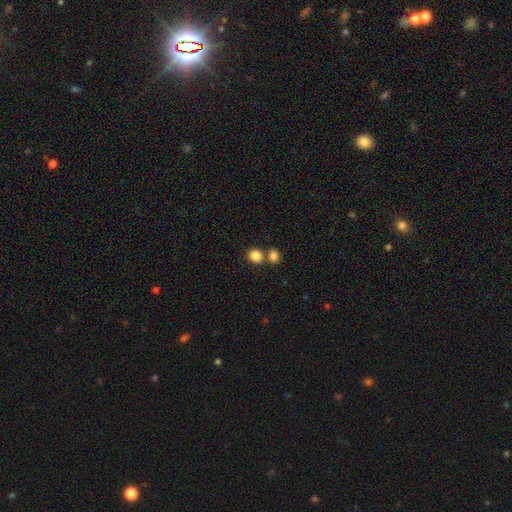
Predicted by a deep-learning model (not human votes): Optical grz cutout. It shows a smooth galaxy with no disk features (85%) that is round (71%). Merging: none (57%).